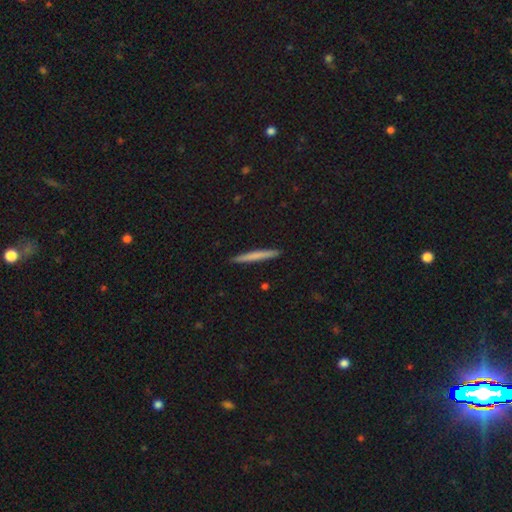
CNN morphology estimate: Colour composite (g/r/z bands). It shows a smooth galaxy with no disk features (68%) that is cigar-shaped (97%). Merging: none (92%).